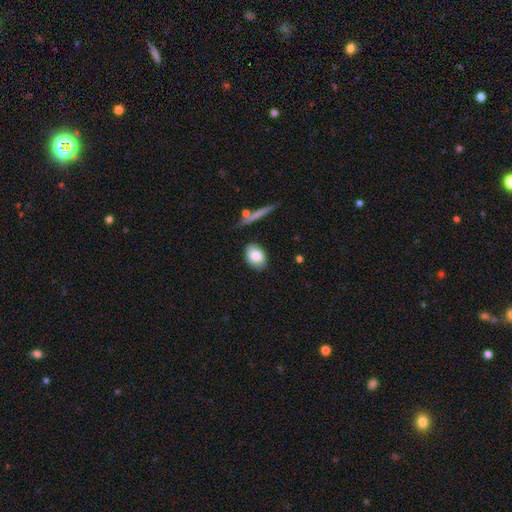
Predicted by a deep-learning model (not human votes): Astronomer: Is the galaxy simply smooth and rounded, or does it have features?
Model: smooth — 80%.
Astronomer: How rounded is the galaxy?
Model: in between — 77%.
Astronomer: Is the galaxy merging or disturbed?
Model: none — 80%.